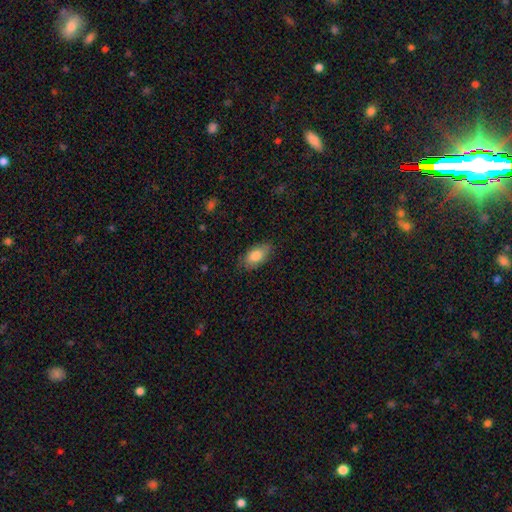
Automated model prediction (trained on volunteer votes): smooth-or-featured: smooth: 81% | featured or disk: 13% | star or artifact: 6%
  how-rounded: in between: 92% | cigar-shaped: 4% | round: 4%
  merging: none: 80% | minor disturbance: 16% | major disturbance: 3% | merger: 1%